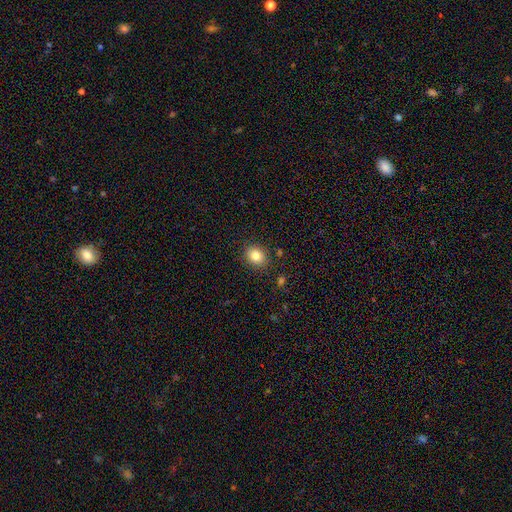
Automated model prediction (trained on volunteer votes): A smooth galaxy with no disk features (83%) that is round (66%). Merging: none (88%).